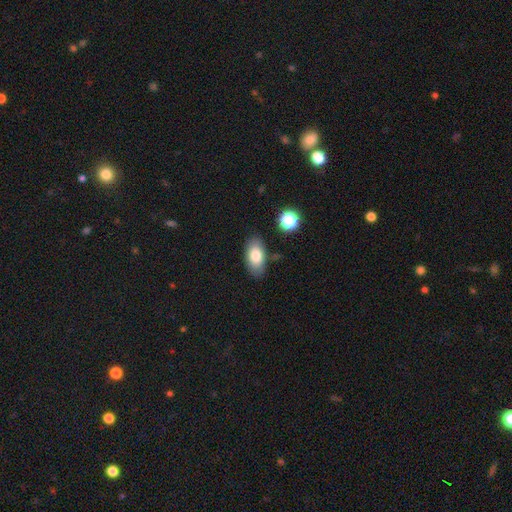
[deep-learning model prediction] The model was most divided on "smooth or featured": smooth: 80%, featured or disk: 12%, star or artifact: 8%. More confident: how rounded — in between (92%); merging — none (82%).